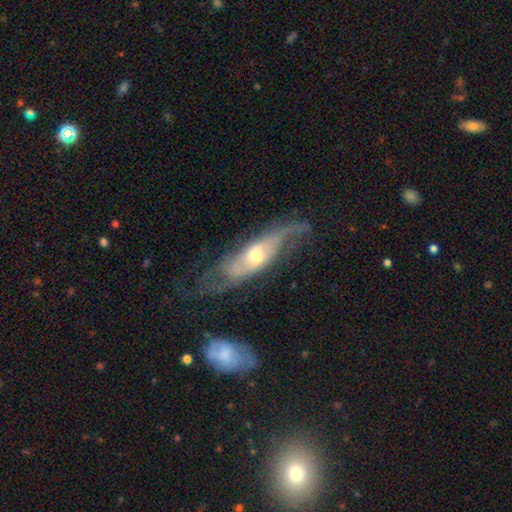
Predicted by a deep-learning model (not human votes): Smooth or featured? featured or disk (73%)
Edge-on disk? no (75%)
Bar? no (68%)
Spiral arms? yes (78%)
Bulge size? moderate (57%)
Merging? none (52%)